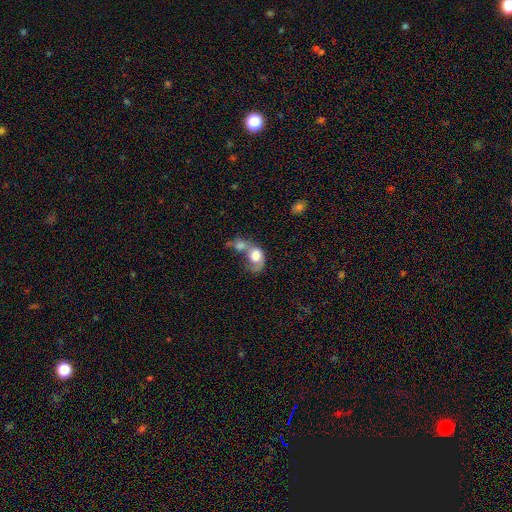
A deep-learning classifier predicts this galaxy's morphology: This appears to be a smooth galaxy with no disk features (67%) that is in between round and cigar-shaped (62%). Merging: merger (69%).